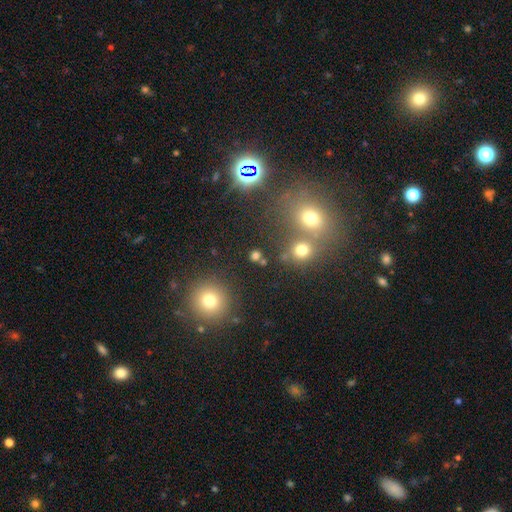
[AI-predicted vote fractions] smooth 66%, star or artifact 26%, featured or disk 8%. Down the decision tree: how rounded — round (80%); merging — none (75%).